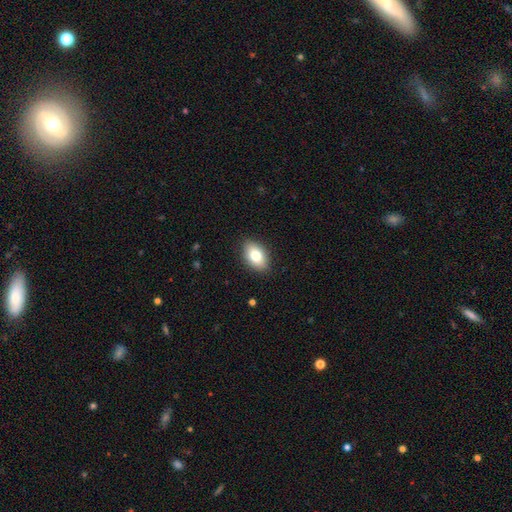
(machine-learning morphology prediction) type=smooth (79%); roundness=in between (87%); merging=none (88%).